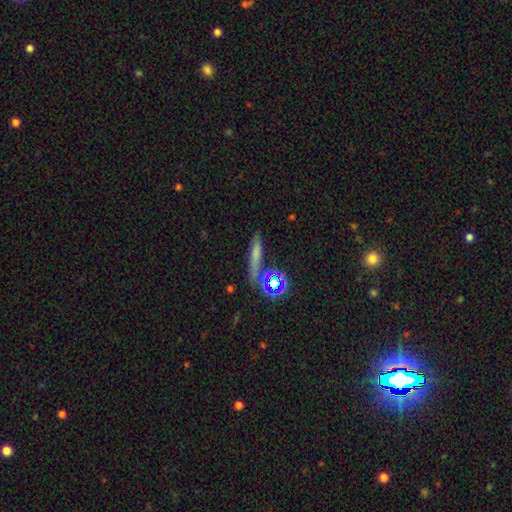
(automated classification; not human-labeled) smooth-or-featured: smooth: 57% | star or artifact: 22% | featured or disk: 21%
  how-rounded: cigar-shaped: 79% | in between: 12% | round: 9%
  merging: none: 70% | minor disturbance: 14% | merger: 10% | major disturbance: 6%